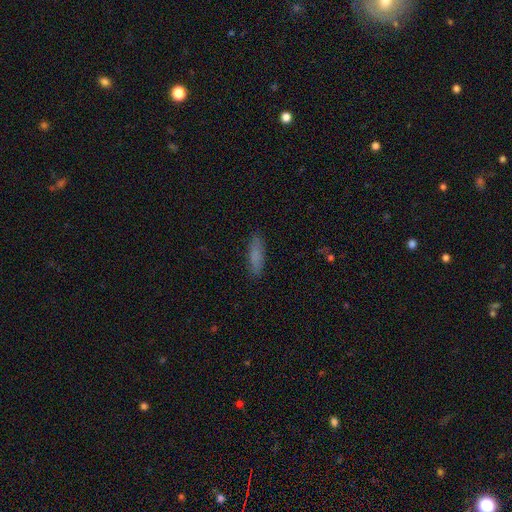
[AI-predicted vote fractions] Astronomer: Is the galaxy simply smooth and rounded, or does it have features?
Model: smooth — 80%.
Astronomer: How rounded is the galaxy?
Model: cigar-shaped — 68%.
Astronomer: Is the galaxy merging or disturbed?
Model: none — 86%.